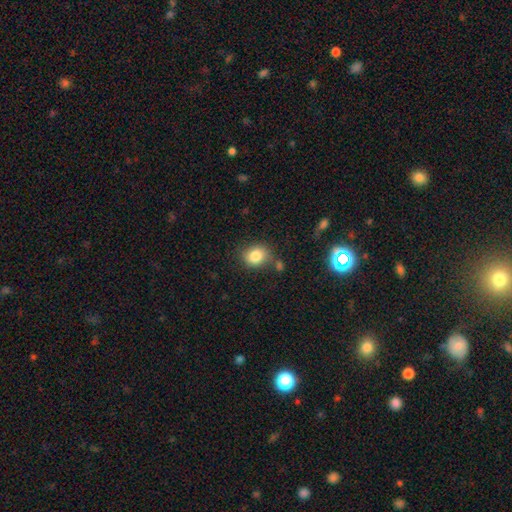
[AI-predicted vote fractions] The model was most divided on "how rounded": round: 63%, in between: 36%, cigar-shaped: 1%. More confident: smooth or featured — smooth (82%); merging — none (73%).